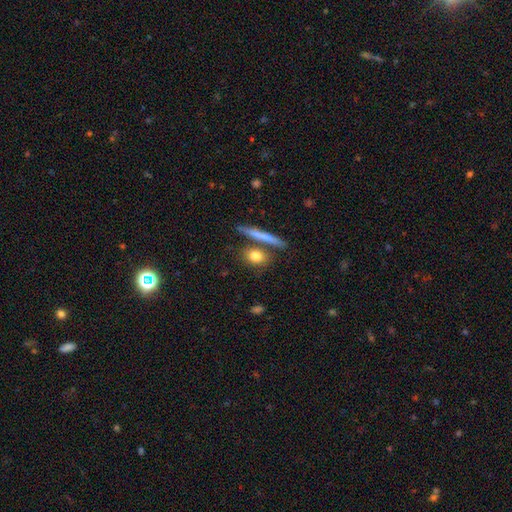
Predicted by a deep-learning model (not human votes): Overall: smooth (77%). How rounded: round (39%; in between 36%). Merging: none (68%).